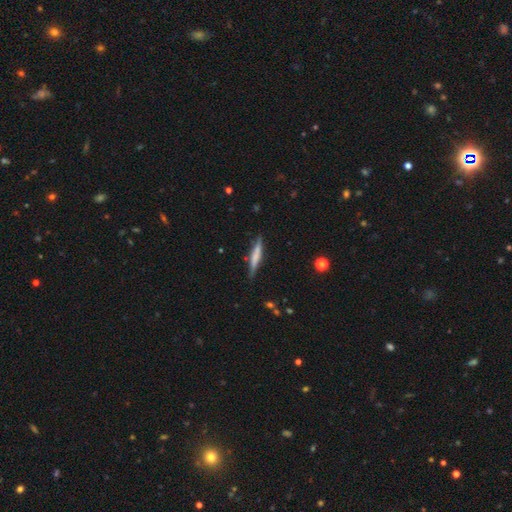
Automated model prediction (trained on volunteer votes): Smooth or featured?
  - smooth: 51% *
  - featured or disk: 43%
  - star or artifact: 6%
How rounded?
  - cigar-shaped: 92% *
  - in between: 7%
  - round: 2%
Merging?
  - none: 84% *
  - minor disturbance: 11%
  - major disturbance: 2%
  - merger: 2%